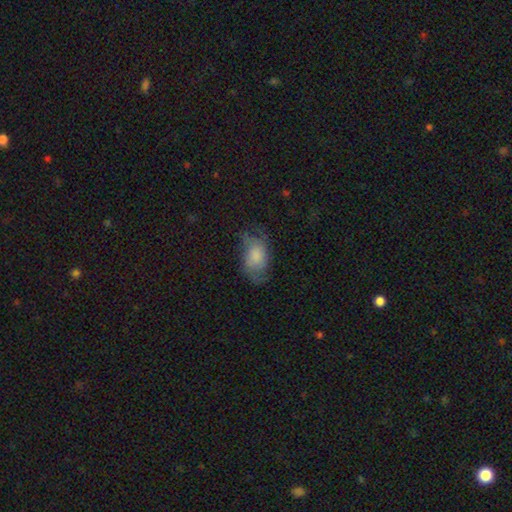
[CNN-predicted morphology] This appears to be a smooth galaxy with no disk features (57%) that is in between round and cigar-shaped (86%). Merging: none (45%).